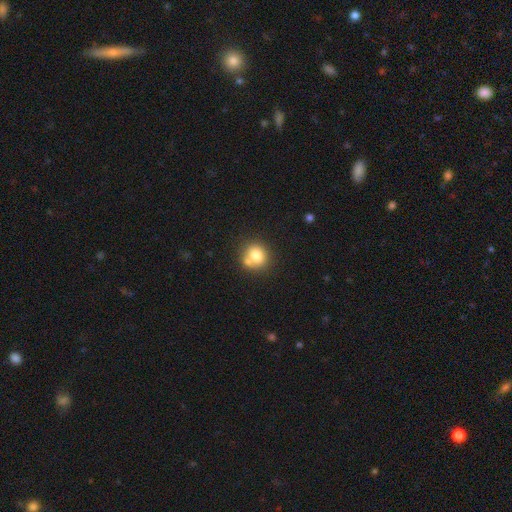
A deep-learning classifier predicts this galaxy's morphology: A smooth galaxy with no disk features (77%) that is round (83%). Merging: none (56%).